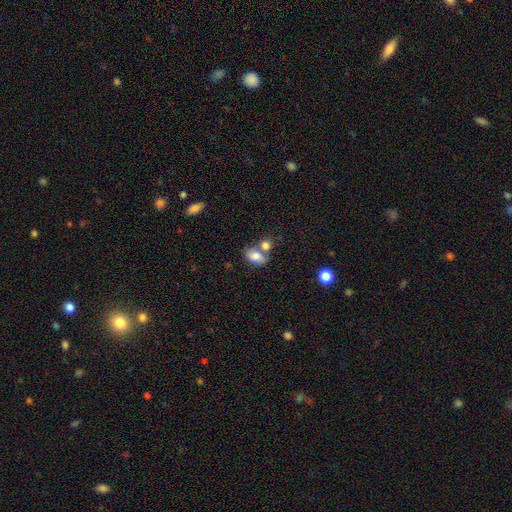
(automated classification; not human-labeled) A smooth galaxy with no disk features (80%) that is in between round and cigar-shaped (83%).

Vote fractions:
- Smooth or featured? smooth: 80% / featured or disk: 12% / star or artifact: 8%
- How rounded? in between: 83% / round: 15% / cigar-shaped: 2%
- Merging? none: 44% / merger: 39% / minor disturbance: 13% / major disturbance: 5%